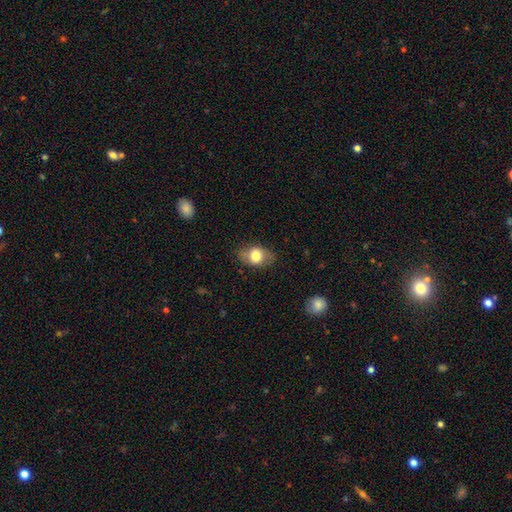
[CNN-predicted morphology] This appears to be a smooth galaxy with no disk features (74%) that is in between round and cigar-shaped (77%). Merging: none (79%).